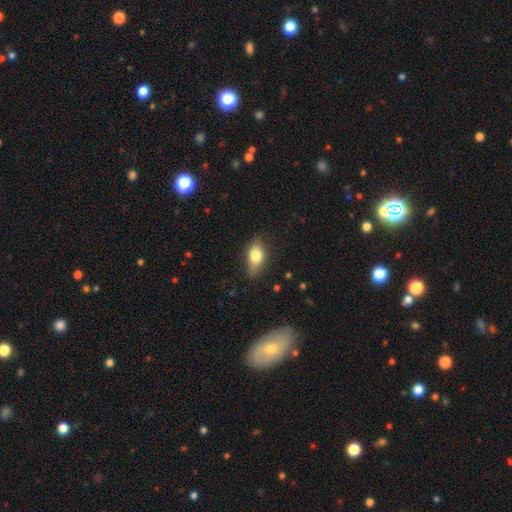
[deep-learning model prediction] Morphology: type=smooth (78%); roundness=in between (84%); merging=none (78%).